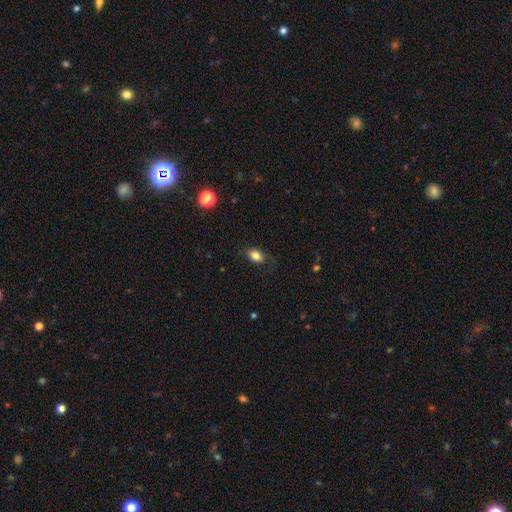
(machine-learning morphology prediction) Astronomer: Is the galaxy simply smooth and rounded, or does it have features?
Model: smooth — 82%.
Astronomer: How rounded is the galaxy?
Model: in between — 77%.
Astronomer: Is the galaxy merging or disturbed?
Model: none — 75%.